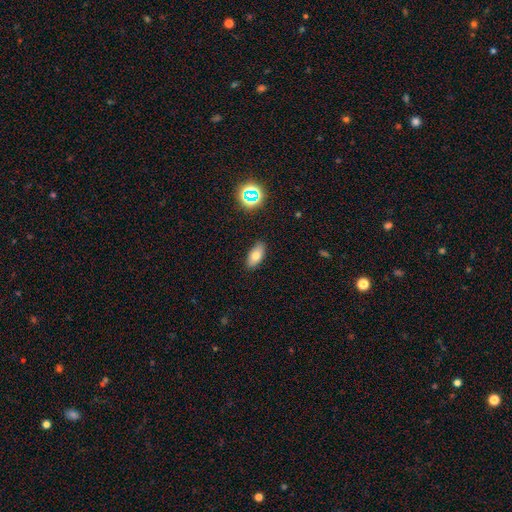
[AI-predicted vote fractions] Overall: smooth (73%). How rounded: in between (87%). Merging: none (87%).